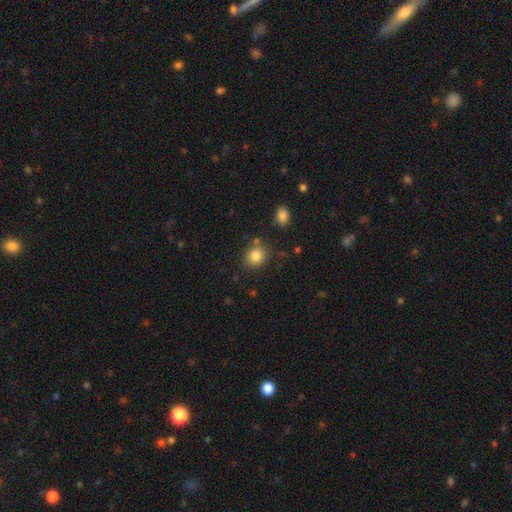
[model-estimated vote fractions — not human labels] A smooth galaxy with no disk features (84%) that is round (70%). Merging: none (77%).